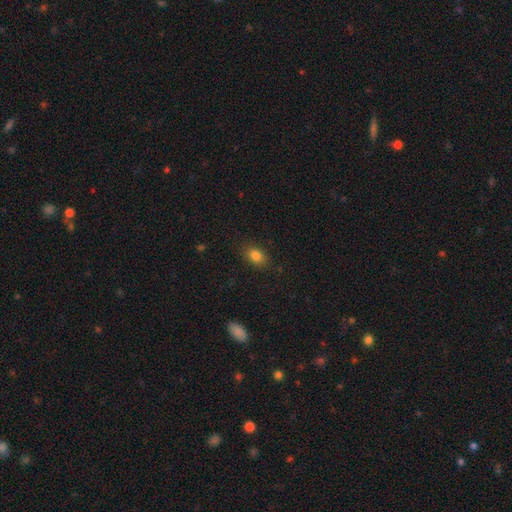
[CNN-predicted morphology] A smooth galaxy with no disk features (82%) that is in between round and cigar-shaped (78%).

Vote fractions:
- Smooth or featured? smooth: 82% / star or artifact: 11% / featured or disk: 7%
- How rounded? in between: 78% / round: 20% / cigar-shaped: 2%
- Merging? none: 86% / minor disturbance: 10% / major disturbance: 3% / merger: 1%